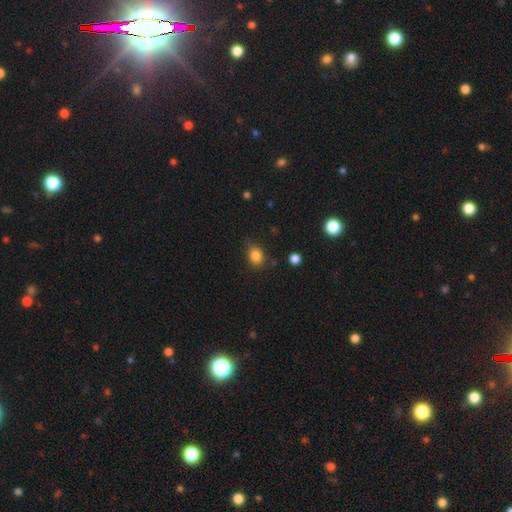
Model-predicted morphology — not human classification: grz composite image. It shows a smooth galaxy with no disk features (84%) that is round (52%). Merging: none (70%).